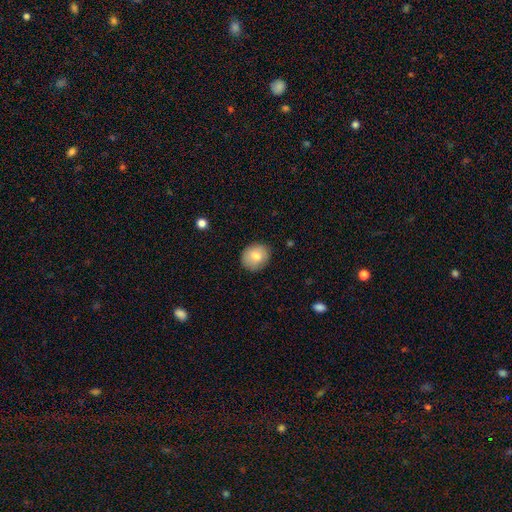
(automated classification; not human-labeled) Smooth or featured? smooth (81%)
How rounded? round (75%)
Merging? none (87%)